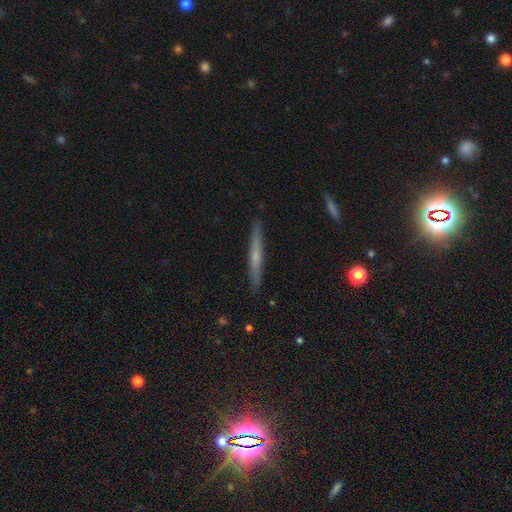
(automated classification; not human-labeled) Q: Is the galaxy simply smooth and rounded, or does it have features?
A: featured or disk — 52%.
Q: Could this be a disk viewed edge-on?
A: yes — 96%.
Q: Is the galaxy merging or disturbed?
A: none — 91%.